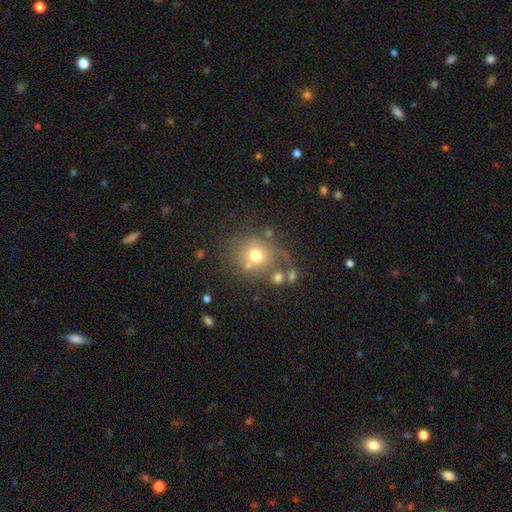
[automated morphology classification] A smooth galaxy with no disk features (67%) that is round (82%).

Vote fractions:
- Smooth or featured? smooth: 67% / featured or disk: 19% / star or artifact: 14%
- How rounded? round: 82% / in between: 17% / cigar-shaped: 1%
- Merging? none: 59% / merger: 16% / minor disturbance: 14% / major disturbance: 11%